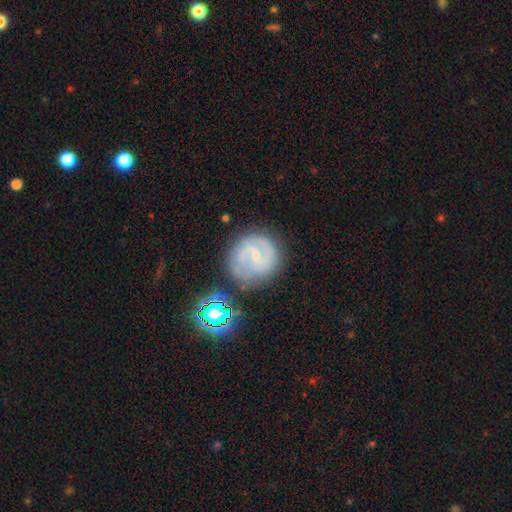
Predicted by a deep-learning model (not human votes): Morphology: type=featured or disk (77%); edge-on=no (98%); bar=weak (50%); spiral arms=yes (94%); winding=medium (45%); arm count=2 (72%); bulge=small (77%); merging=none (71%).